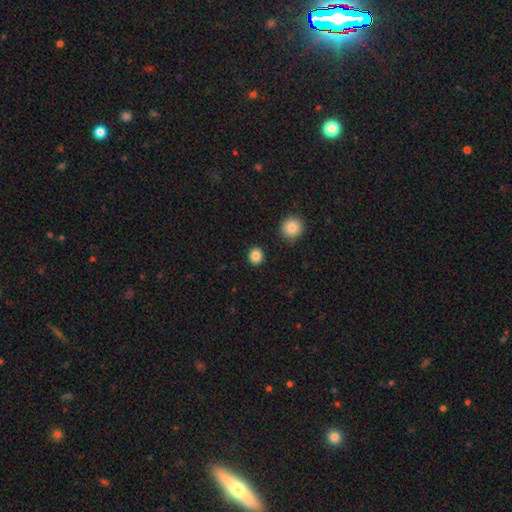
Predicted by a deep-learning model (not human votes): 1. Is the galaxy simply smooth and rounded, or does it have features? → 86% smooth, 10% star or artifact, 4% featured or disk.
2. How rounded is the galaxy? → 87% round, 12% in between, 1% cigar-shaped.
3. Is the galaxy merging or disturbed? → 91% none, 5% minor disturbance, 2% major disturbance, 2% merger.